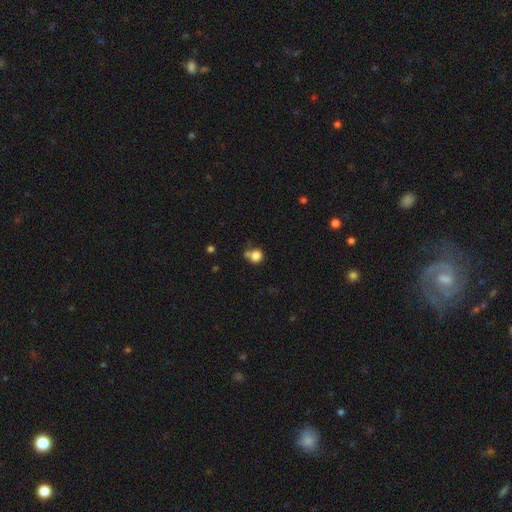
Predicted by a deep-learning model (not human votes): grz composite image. It shows a smooth galaxy with no disk features (81%) that is round (83%). Merging: none (54%).